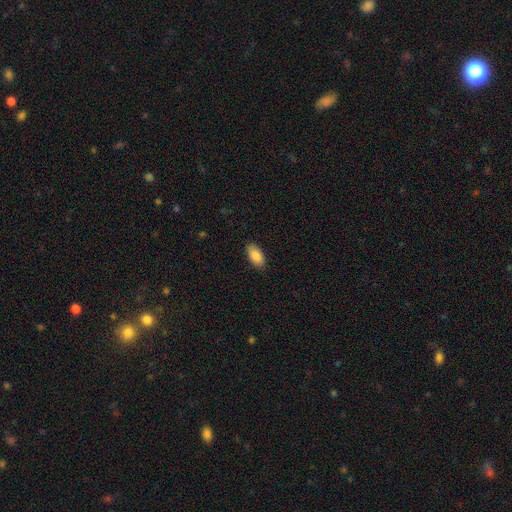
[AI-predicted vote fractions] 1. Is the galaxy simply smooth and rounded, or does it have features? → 88% smooth, 6% star or artifact, 5% featured or disk.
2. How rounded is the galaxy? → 94% in between, 4% cigar-shaped, 2% round.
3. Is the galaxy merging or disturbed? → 88% none, 9% minor disturbance, 2% major disturbance, 1% merger.